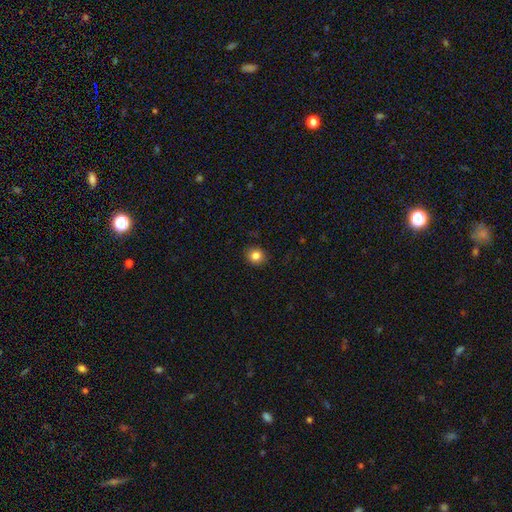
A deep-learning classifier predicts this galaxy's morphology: Q: Smooth or featured?
A: smooth (84%); runner-up: star or artifact (11%)
Q: How rounded?
A: round (87%); runner-up: in between (12%)
Q: Merging?
A: none (91%); runner-up: minor disturbance (7%)